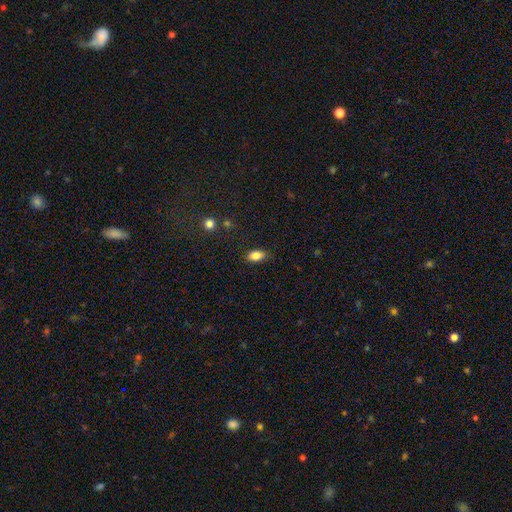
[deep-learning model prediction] The model was most divided on "merging": none: 83%, minor disturbance: 13%, major disturbance: 3%, merger: 1%. More confident: how rounded — in between (89%); smooth or featured — smooth (84%).